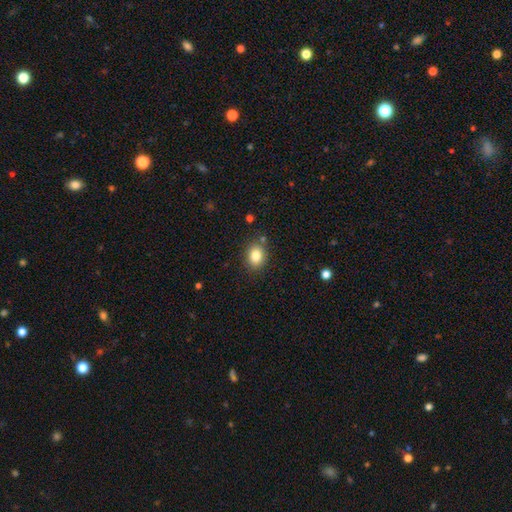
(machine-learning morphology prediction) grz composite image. It shows a smooth galaxy with no disk features (84%) that is in between round and cigar-shaped (58%). Merging: none (83%).